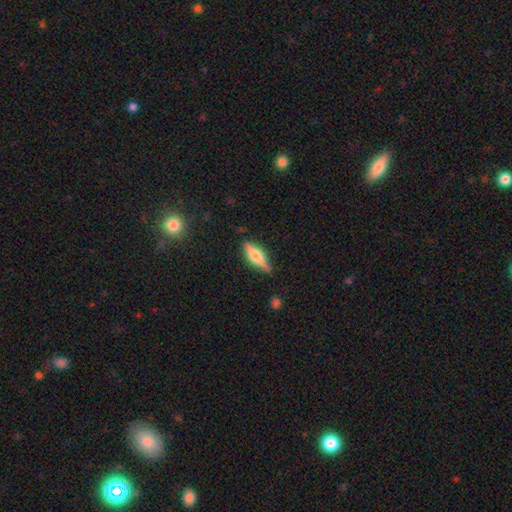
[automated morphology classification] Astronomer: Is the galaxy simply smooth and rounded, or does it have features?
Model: featured or disk — 51% (runner-up: smooth, 42%).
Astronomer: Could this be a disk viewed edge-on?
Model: yes — 93%.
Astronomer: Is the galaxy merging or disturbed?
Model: none — 82%.